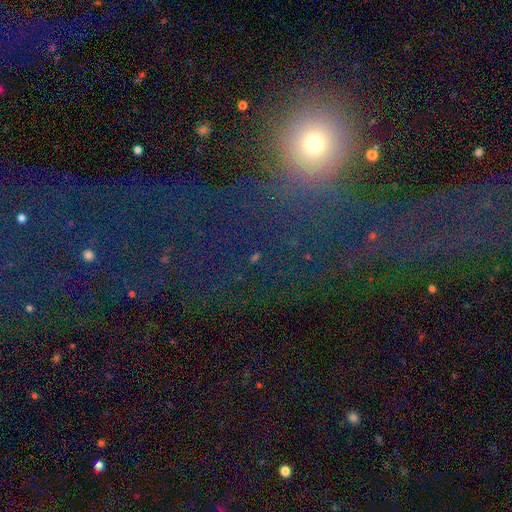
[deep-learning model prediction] This is possibly a star or artifact rather than a galaxy (45%).